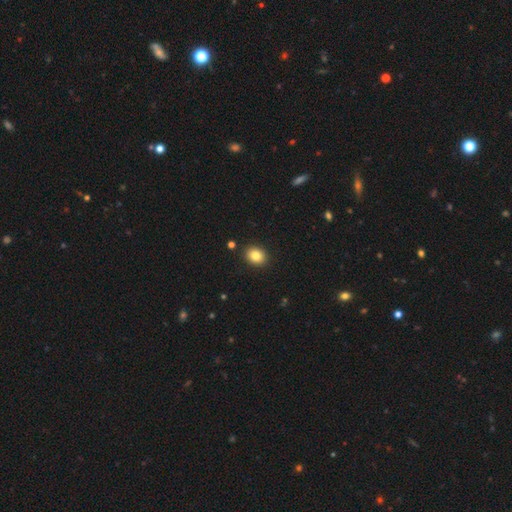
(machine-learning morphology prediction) Smooth or featured?
  - smooth: 83% *
  - star or artifact: 10%
  - featured or disk: 7%
How rounded?
  - round: 51% *
  - in between: 48%
  - cigar-shaped: 1%
Merging?
  - none: 90% *
  - minor disturbance: 6%
  - major disturbance: 2%
  - merger: 1%